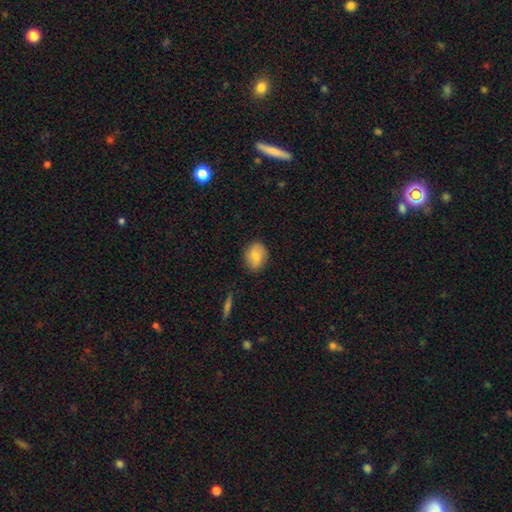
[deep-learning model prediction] smooth 78%, featured or disk 15%, star or artifact 8%. Down the decision tree: how rounded — in between (52%); merging — none (83%).